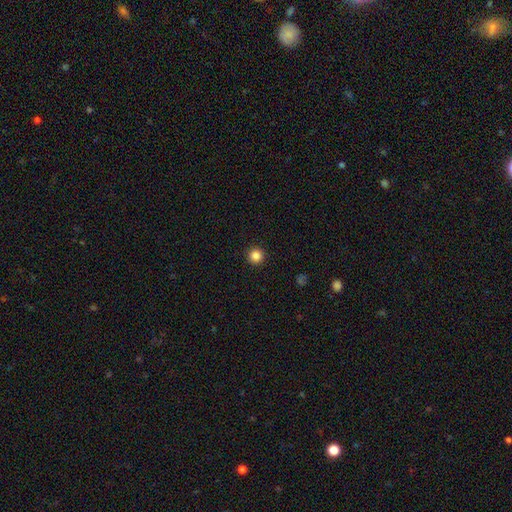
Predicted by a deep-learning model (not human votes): Smooth or featured? Predicted: smooth (p=0.86). How rounded? Predicted: round (p=0.96). Merging? Predicted: none (p=0.94).